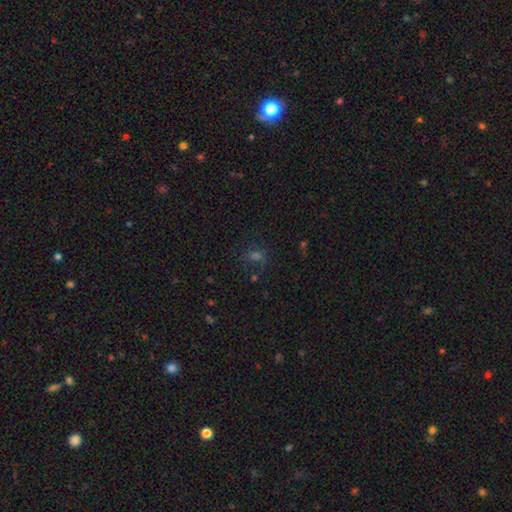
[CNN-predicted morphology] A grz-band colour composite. It shows a smooth galaxy with no disk features (46%). Merging: none (70%).